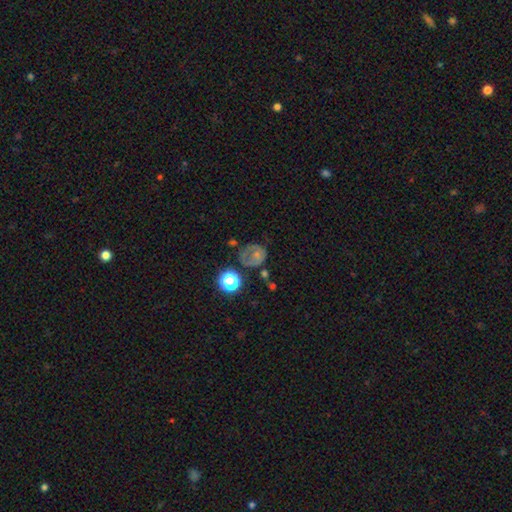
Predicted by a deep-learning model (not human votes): A smooth galaxy with no disk features (51%) that is round (70%).

Vote fractions:
- Smooth or featured? smooth: 51% / featured or disk: 34% / star or artifact: 15%
- How rounded? round: 70% / in between: 29% / cigar-shaped: 1%
- Merging? none: 41% / major disturbance: 26% / minor disturbance: 26% / merger: 7%